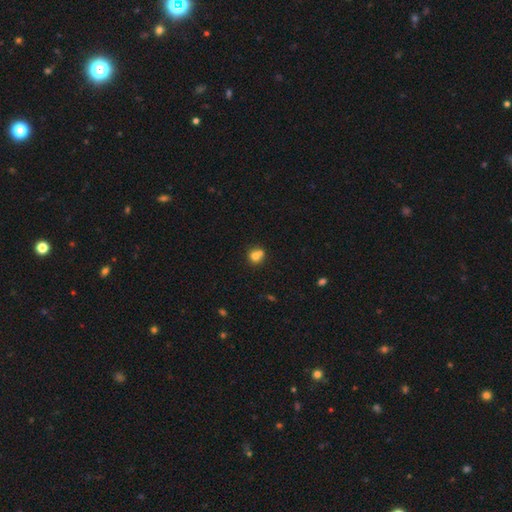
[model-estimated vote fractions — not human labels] Smooth or featured? smooth (74%)
How rounded? round (85%)
Merging? none (45%)